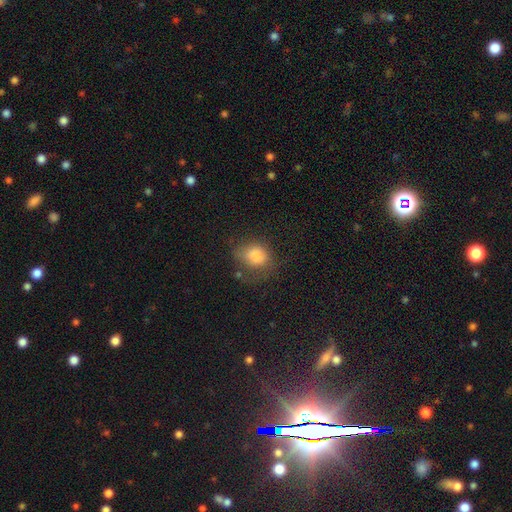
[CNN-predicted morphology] type=smooth (79%); roundness=round (59%); merging=none (51%).